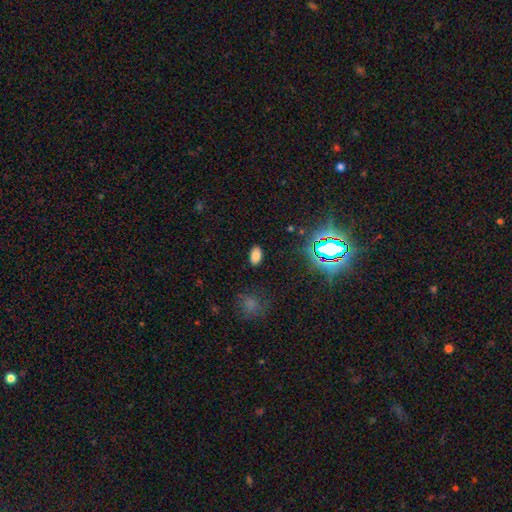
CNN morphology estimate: type=smooth (76%); roundness=in between (92%); merging=none (87%).